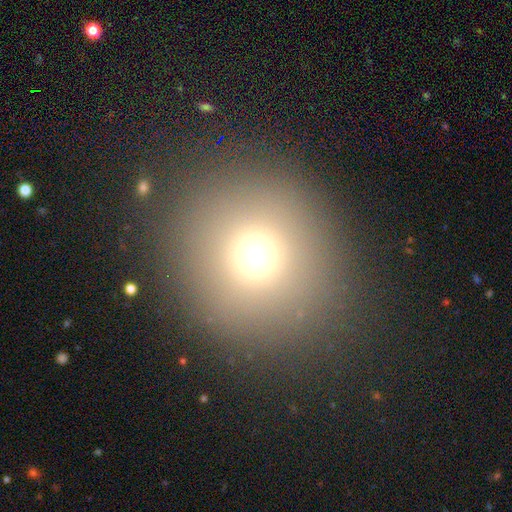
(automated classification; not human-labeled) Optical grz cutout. It shows a smooth galaxy with no disk features (69%) that is round (90%). Merging: none (88%).